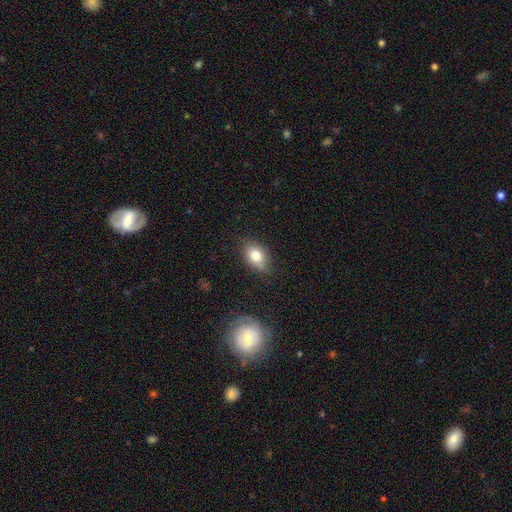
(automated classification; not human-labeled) smooth 77%, featured or disk 13%, star or artifact 10%. Down the decision tree: how rounded — in between (78%); merging — none (75%).